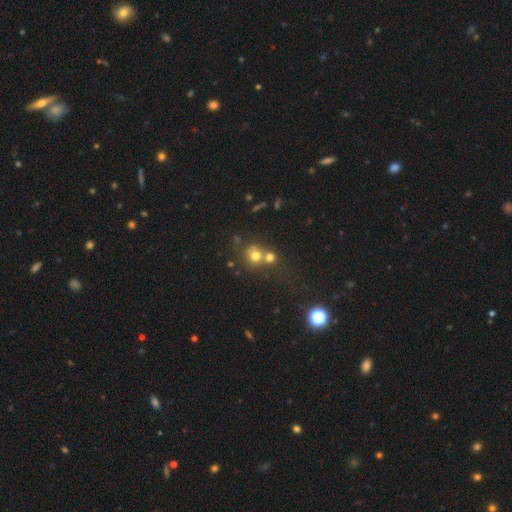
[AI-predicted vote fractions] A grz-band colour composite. It shows a smooth galaxy with no disk features (68%) that is round (85%). Merging: merger (44%, tied with none).